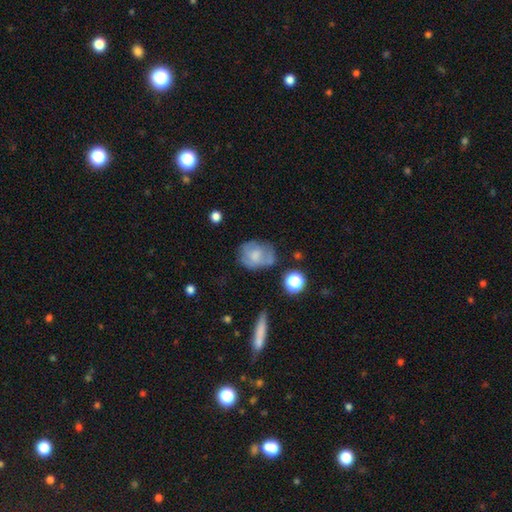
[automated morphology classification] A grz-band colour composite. It shows a smooth galaxy with no disk features (54%) that is in between round and cigar-shaped (52%). Merging: none (45%).